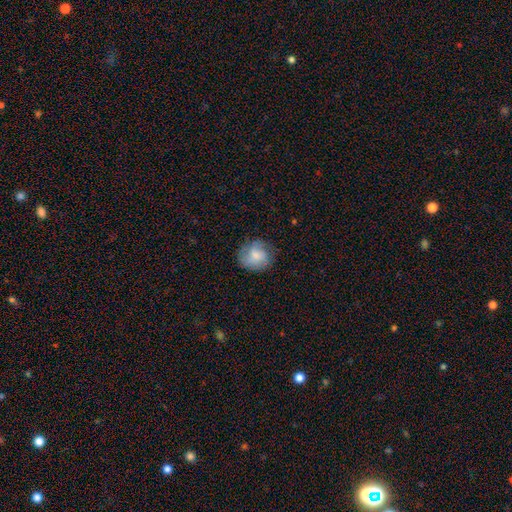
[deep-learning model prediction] Smooth or featured: smooth — 74% (featured or disk — 19%)
How rounded: round — 79% (in between — 20%)
Merging: none — 73% (minor disturbance — 20%)